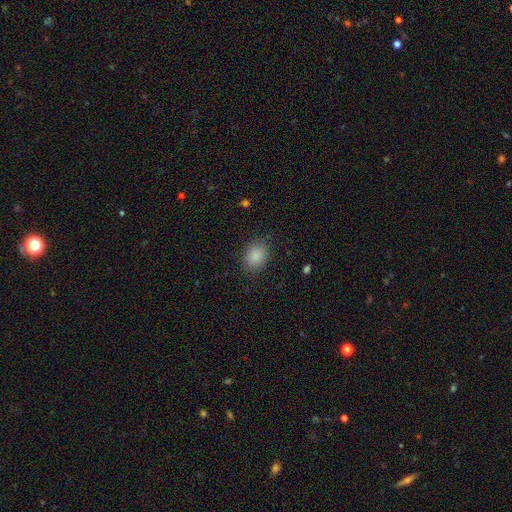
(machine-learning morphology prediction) Q: Smooth or featured?
A: smooth (87%); runner-up: star or artifact (9%)
Q: How rounded?
A: in between (56%); runner-up: round (43%)
Q: Merging?
A: none (85%); runner-up: minor disturbance (11%)